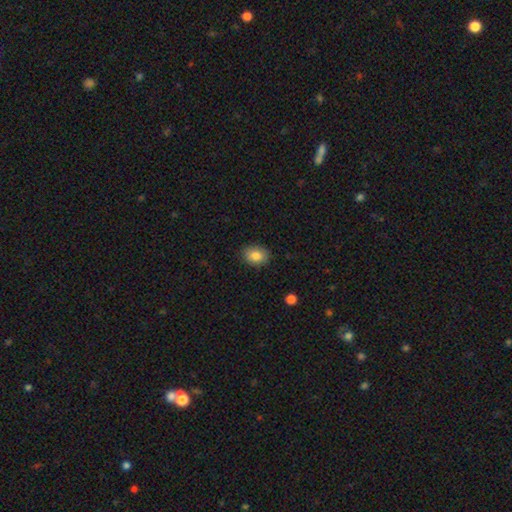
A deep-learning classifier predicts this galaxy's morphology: type=smooth (85%); roundness=in between (64%); merging=none (86%).